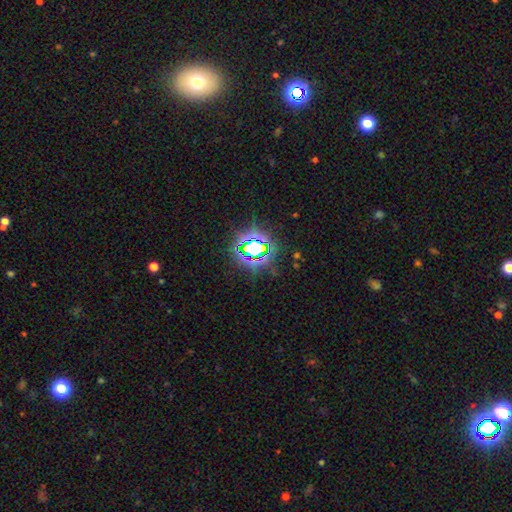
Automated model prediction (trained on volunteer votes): star or artifact 70%, smooth 19%, featured or disk 11%.